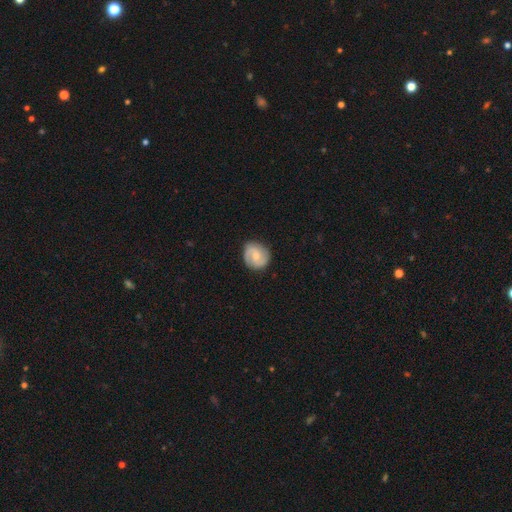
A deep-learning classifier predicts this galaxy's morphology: Q: Smooth or featured?
A: featured or disk (74%); runner-up: smooth (20%)
Q: Edge-on disk?
A: no (98%); runner-up: yes (2%)
Q: Bar?
A: no (48%); runner-up: weak (44%)
Q: Spiral arms?
A: yes (95%); runner-up: no (5%)
Q: Spiral winding?
A: medium (47%); runner-up: tight (37%)
Q: Spiral arm count?
A: 2 (88%); runner-up: can't tell (5%)
Q: Bulge size?
A: small (45%); runner-up: moderate (44%)
Q: Merging?
A: none (84%); runner-up: minor disturbance (11%)